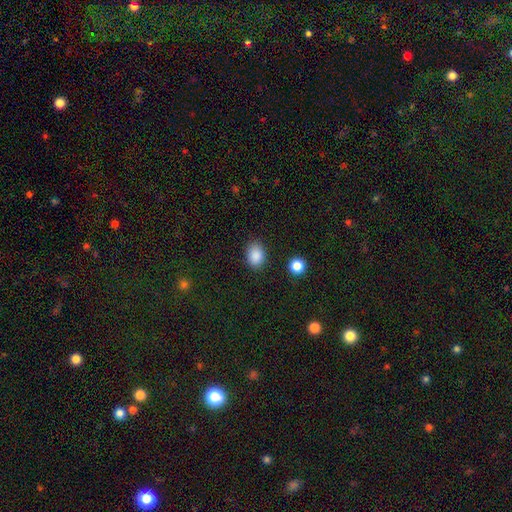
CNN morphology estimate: Smooth or featured: smooth — 88% (star or artifact — 9%)
How rounded: in between — 75% (round — 24%)
Merging: none — 83% (minor disturbance — 12%)